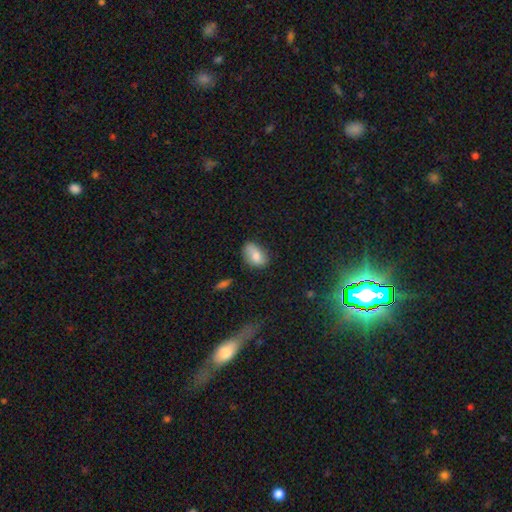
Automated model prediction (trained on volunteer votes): Overall: smooth (75%). How rounded: in between (85%). Merging: none (62%; minor disturbance 28%).